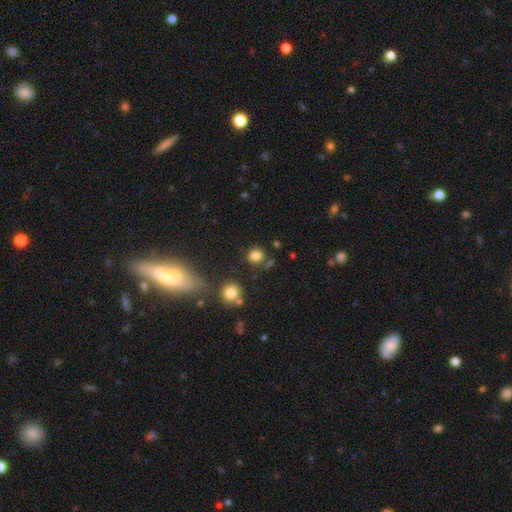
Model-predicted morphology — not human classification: smooth-or-featured: smooth: 81% | star or artifact: 14% | featured or disk: 5%
  how-rounded: round: 86% | in between: 13% | cigar-shaped: 1%
  merging: none: 79% | minor disturbance: 10% | merger: 7% | major disturbance: 4%